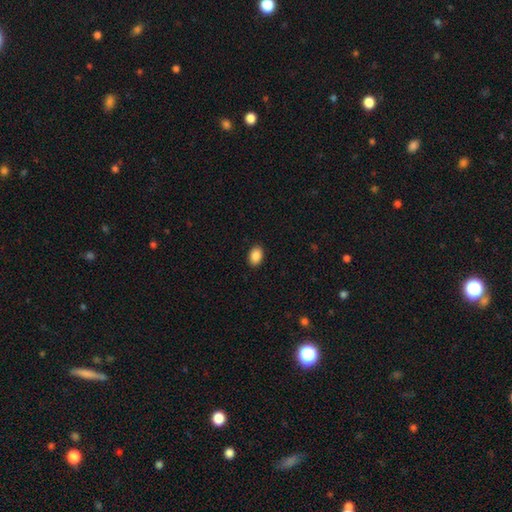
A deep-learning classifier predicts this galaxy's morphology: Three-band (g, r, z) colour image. It shows a smooth galaxy with no disk features (89%) that is in between round and cigar-shaped (83%). Merging: none (91%).